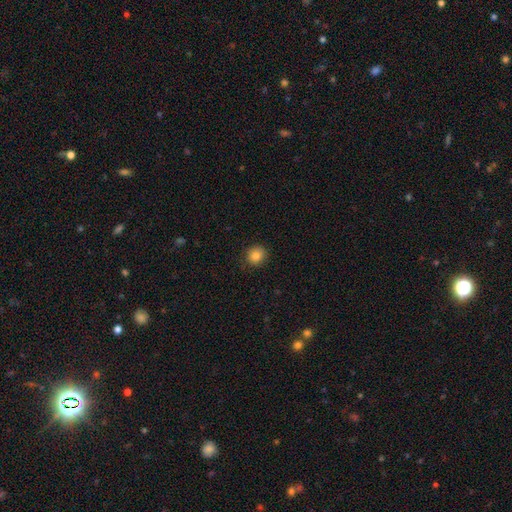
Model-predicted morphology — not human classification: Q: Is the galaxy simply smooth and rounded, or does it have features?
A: smooth — 84%.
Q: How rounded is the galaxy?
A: round — 87%.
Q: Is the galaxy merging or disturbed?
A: none — 88%.